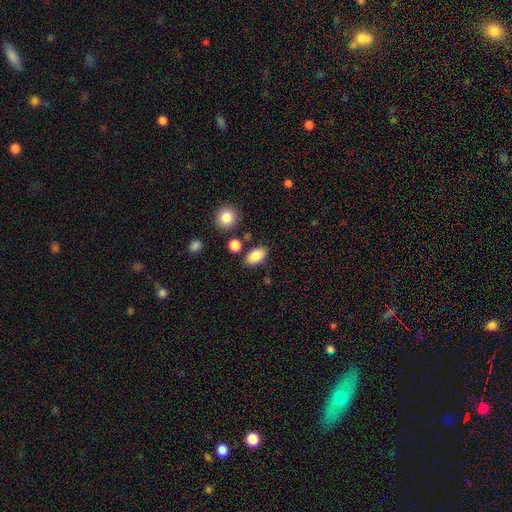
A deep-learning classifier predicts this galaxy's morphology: Smooth or featured?
  - smooth: 86% *
  - star or artifact: 8%
  - featured or disk: 6%
How rounded?
  - in between: 91% *
  - round: 7%
  - cigar-shaped: 2%
Merging?
  - none: 81% *
  - minor disturbance: 10%
  - merger: 6%
  - major disturbance: 3%